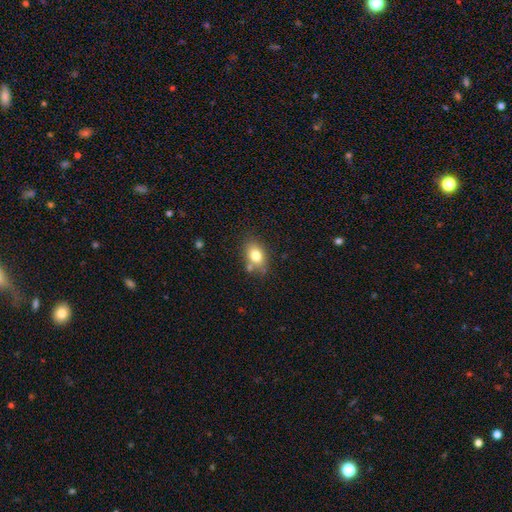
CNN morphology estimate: type=smooth (78%); roundness=in between (73%); merging=none (69%).